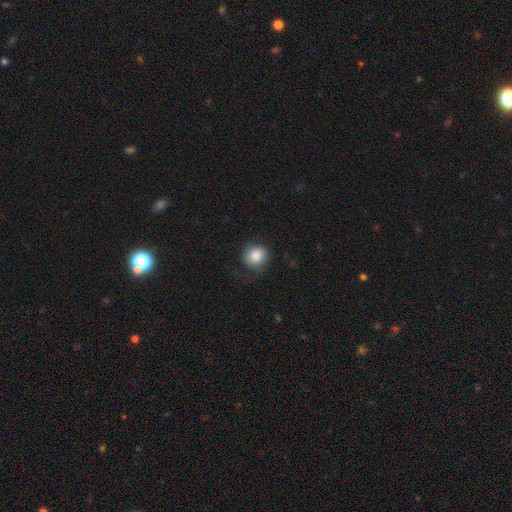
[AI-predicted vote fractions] A smooth galaxy with no disk features (84%) that is round (88%). Merging: none (71%).